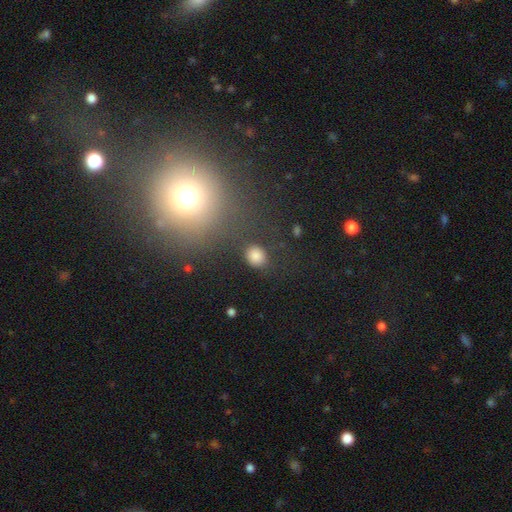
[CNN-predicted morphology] This is clearly a smooth galaxy (84%). How rounded: likely round (70%). Merging: clearly none (81%).